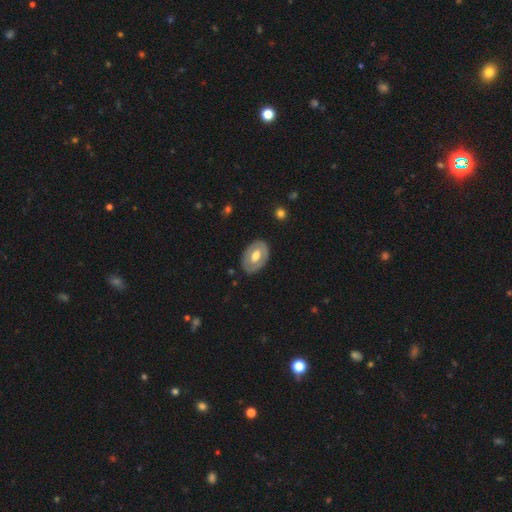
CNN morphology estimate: Overall: featured or disk (52%; smooth 43%). Edge-on disk: no (92%). Merging: none (81%).